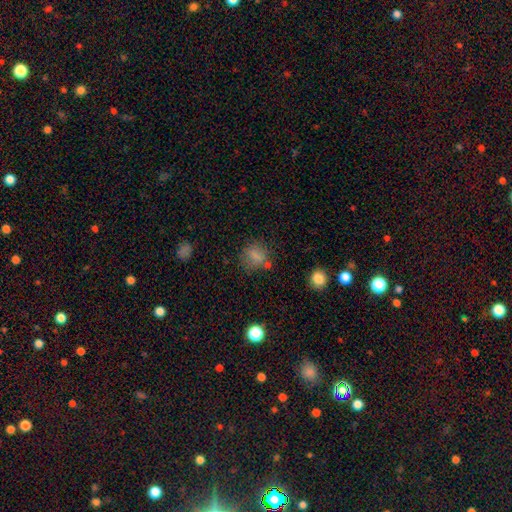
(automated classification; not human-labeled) Smooth or featured? smooth (75%)
How rounded? round (64%)
Merging? none (65%)